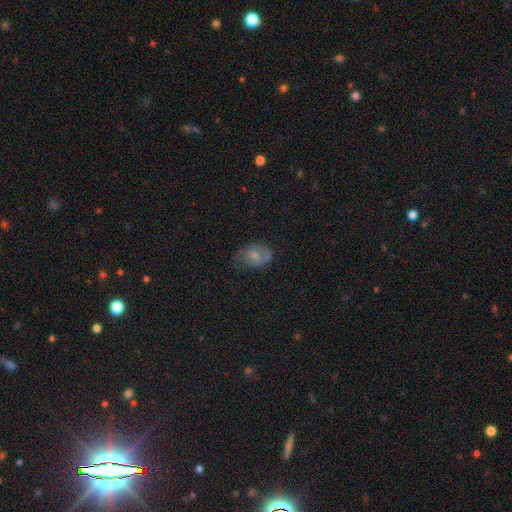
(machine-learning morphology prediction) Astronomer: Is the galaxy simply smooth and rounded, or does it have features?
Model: smooth — 60%.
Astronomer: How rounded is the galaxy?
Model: in between — 72%.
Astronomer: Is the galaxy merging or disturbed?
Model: none — 49% (runner-up: minor disturbance, 33%).